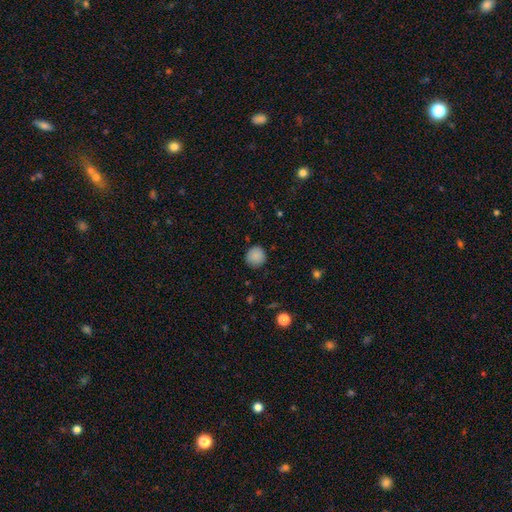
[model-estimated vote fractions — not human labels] This is clearly a smooth galaxy (87%). How rounded: clearly round (93%). Merging: clearly none (86%).